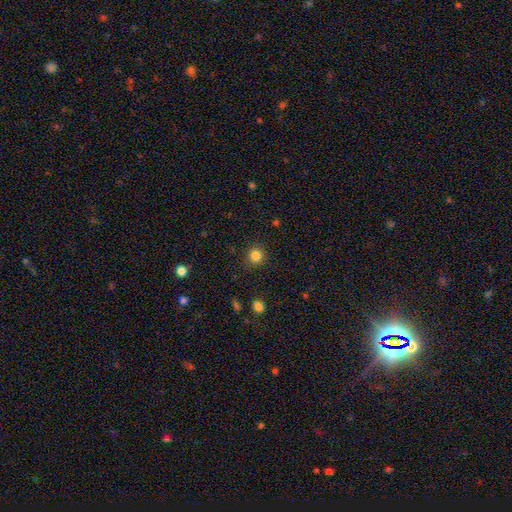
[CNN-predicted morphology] The model was most divided on "smooth or featured": smooth: 83%, star or artifact: 12%, featured or disk: 5%. More confident: how rounded — round (92%); merging — none (89%).